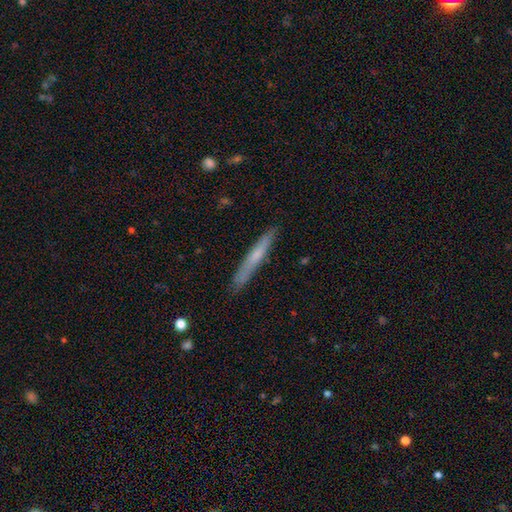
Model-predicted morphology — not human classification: A smooth galaxy with no disk features (52%) that is cigar-shaped (96%).

Vote fractions:
- Smooth or featured? smooth: 52% / featured or disk: 42% / star or artifact: 6%
- How rounded? cigar-shaped: 96% / in between: 3% / round: 1%
- Merging? none: 87% / minor disturbance: 10% / major disturbance: 2% / merger: 1%